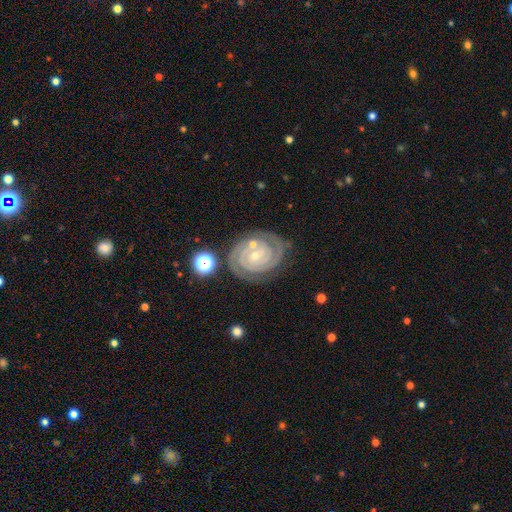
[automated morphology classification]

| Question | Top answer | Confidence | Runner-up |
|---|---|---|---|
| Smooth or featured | featured or disk | 90% | star or artifact (6%) |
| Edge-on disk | no | 97% | yes (3%) |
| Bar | no | 53% | weak (32%) |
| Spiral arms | yes | 98% | no (2%) |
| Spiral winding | tight | 85% | medium (13%) |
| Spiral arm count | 2 | 70% | 3 (13%) |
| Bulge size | small | 74% | moderate (21%) |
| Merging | none | 79% | minor disturbance (13%) |